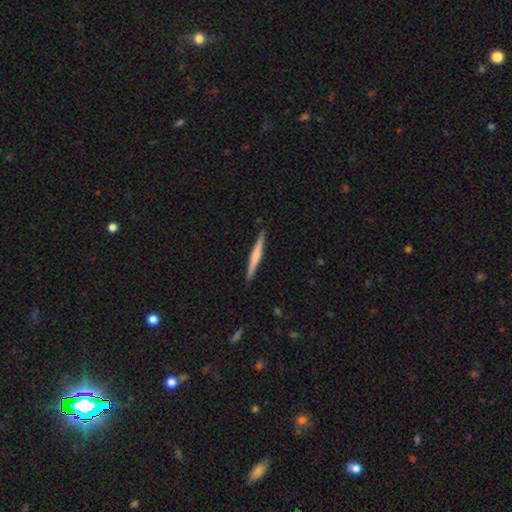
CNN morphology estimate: A featured or disk galaxy (49%). Merging: none (91%).